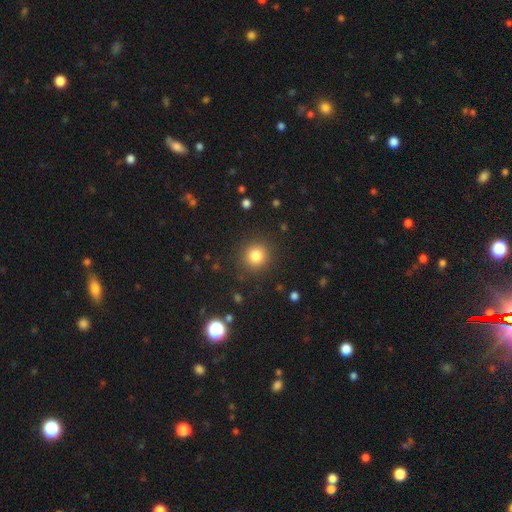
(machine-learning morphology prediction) This is clearly a smooth galaxy (82%). How rounded: clearly round (93%). Merging: clearly none (90%).